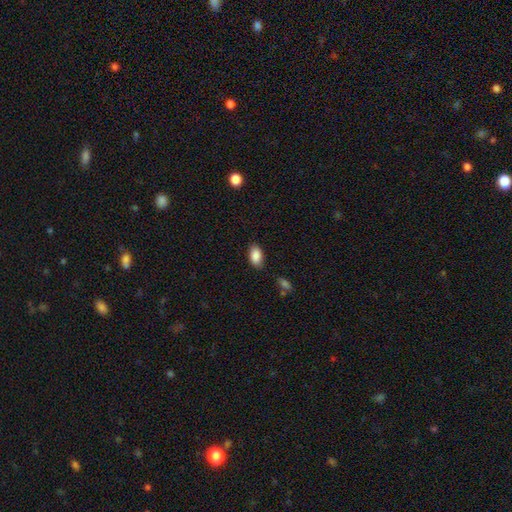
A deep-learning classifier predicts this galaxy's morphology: A smooth galaxy with no disk features (89%) that is in between round and cigar-shaped (93%). Merging: none (83%).